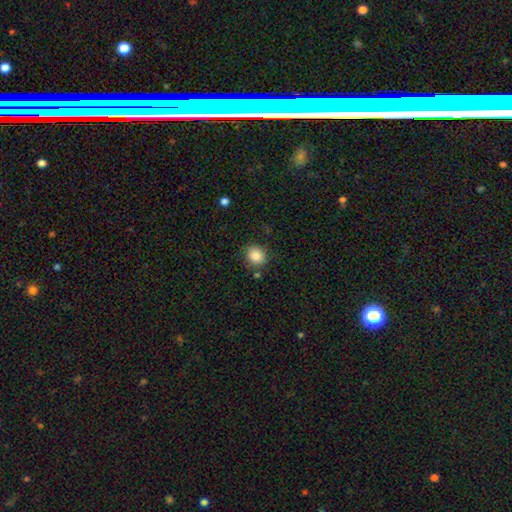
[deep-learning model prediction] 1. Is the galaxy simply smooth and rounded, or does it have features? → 87% smooth, 9% star or artifact, 4% featured or disk.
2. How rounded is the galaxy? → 77% round, 22% in between, 1% cigar-shaped.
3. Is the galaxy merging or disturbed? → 81% none, 12% minor disturbance, 3% major disturbance, 3% merger.